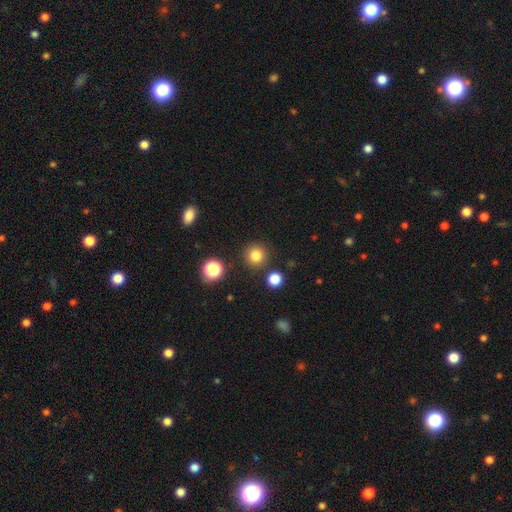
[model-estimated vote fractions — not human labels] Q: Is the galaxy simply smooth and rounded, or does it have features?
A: smooth — 81%.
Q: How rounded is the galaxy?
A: round — 94%.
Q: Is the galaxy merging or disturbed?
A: none — 88%.